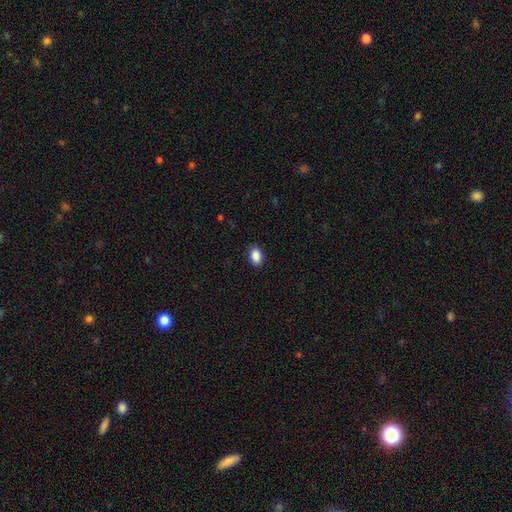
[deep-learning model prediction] Smooth or featured?
  - smooth: 89% *
  - star or artifact: 8%
  - featured or disk: 3%
How rounded?
  - in between: 85% *
  - round: 13%
  - cigar-shaped: 1%
Merging?
  - none: 88% *
  - minor disturbance: 9%
  - major disturbance: 2%
  - merger: 1%